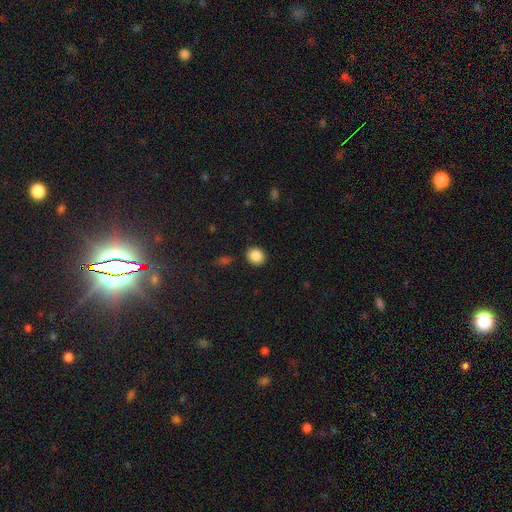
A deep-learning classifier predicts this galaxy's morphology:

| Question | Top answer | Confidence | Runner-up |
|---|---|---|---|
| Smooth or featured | smooth | 87% | star or artifact (9%) |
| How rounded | round | 81% | in between (18%) |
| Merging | none | 89% | minor disturbance (7%) |